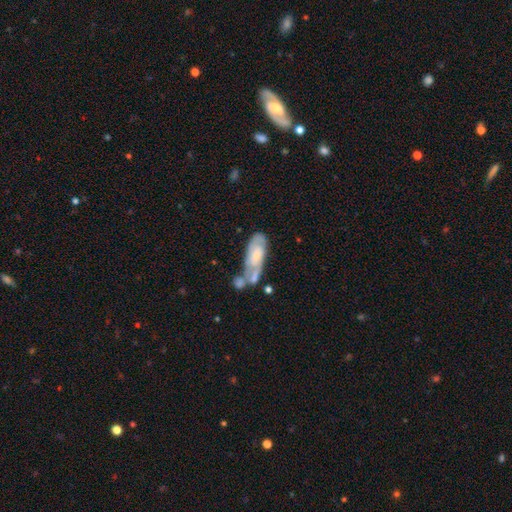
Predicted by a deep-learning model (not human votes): featured or disk 59%, smooth 34%, star or artifact 6%. Down the decision tree: edge-on disk — no (88%); bar — no (70%); spiral arms — yes (71%); bulge size — small (52%); merging — merger (44%).